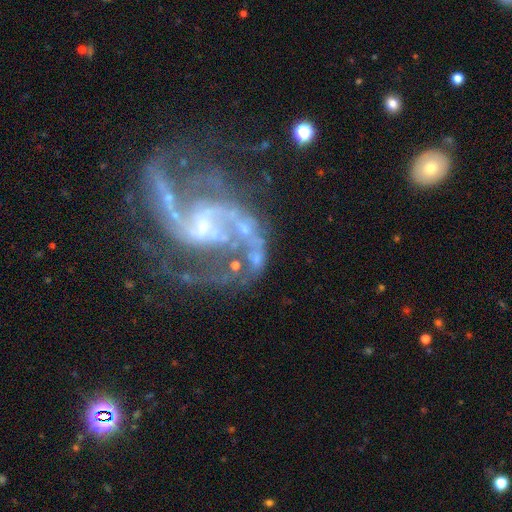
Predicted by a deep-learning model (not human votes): Morphology: type=featured or disk (80%); edge-on=no (98%); bar=no (49%); spiral arms=yes (79%); winding=loose (47%); arm count=2 (55%); bulge=small (46%); merging=major disturbance (33%, tied with none).